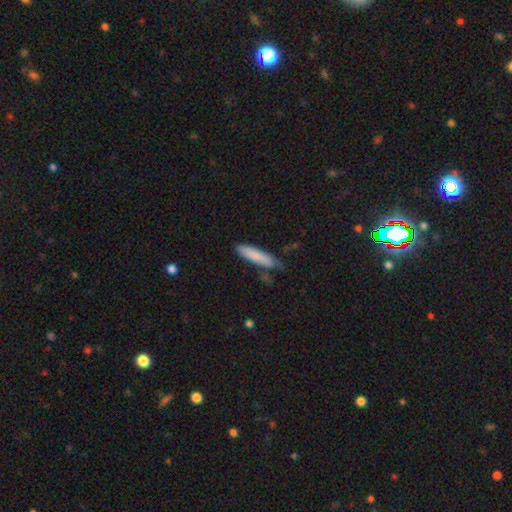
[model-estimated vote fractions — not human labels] Smooth or featured?
  - smooth: 82% *
  - featured or disk: 13%
  - star or artifact: 6%
How rounded?
  - cigar-shaped: 81% *
  - in between: 18%
  - round: 1%
Merging?
  - none: 66% *
  - minor disturbance: 25%
  - major disturbance: 5%
  - merger: 4%